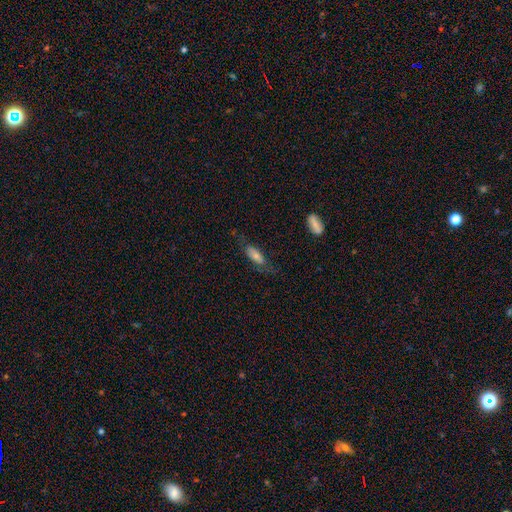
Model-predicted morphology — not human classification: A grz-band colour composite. It shows a smooth galaxy with no disk features (56%) that is in between round and cigar-shaped (61%). Merging: none (58%).